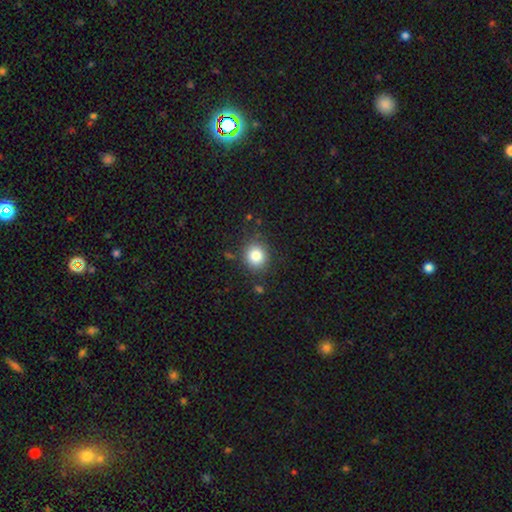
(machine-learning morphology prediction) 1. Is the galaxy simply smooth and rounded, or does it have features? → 83% smooth, 11% star or artifact, 6% featured or disk.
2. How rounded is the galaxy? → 84% round, 16% in between, 1% cigar-shaped.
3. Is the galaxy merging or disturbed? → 85% none, 9% minor disturbance, 3% major disturbance, 2% merger.